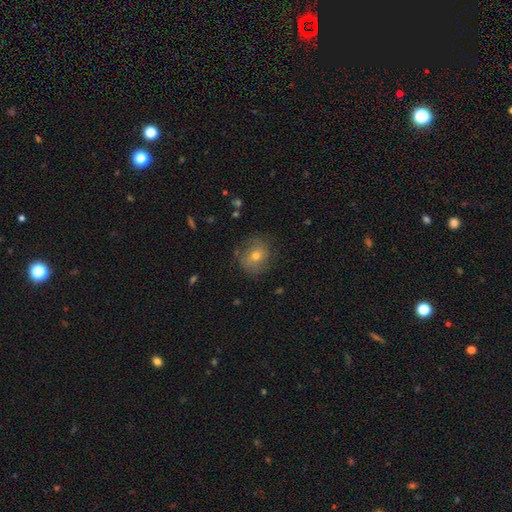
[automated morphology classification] Q: Smooth or featured?
A: smooth (59%); runner-up: featured or disk (30%)
Q: How rounded?
A: round (80%); runner-up: in between (19%)
Q: Merging?
A: none (75%); runner-up: minor disturbance (17%)